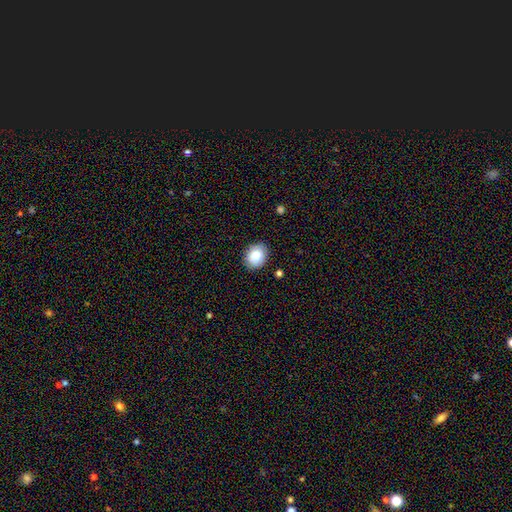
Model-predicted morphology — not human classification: A smooth galaxy with no disk features (84%) that is round (54%).

Vote fractions:
- Smooth or featured? smooth: 84% / star or artifact: 8% / featured or disk: 8%
- How rounded? round: 54% / in between: 45% / cigar-shaped: 1%
- Merging? none: 86% / minor disturbance: 11% / major disturbance: 2% / merger: 1%